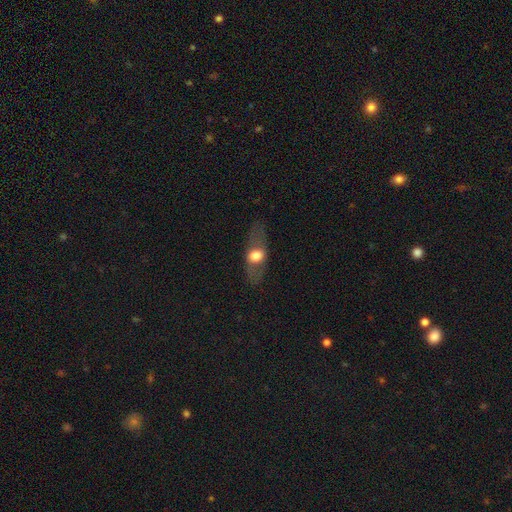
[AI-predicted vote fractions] The model was most divided on "smooth or featured" (2-way tie): smooth: 46%, featured or disk: 46%, star or artifact: 8%. More confident: merging — none (76%).